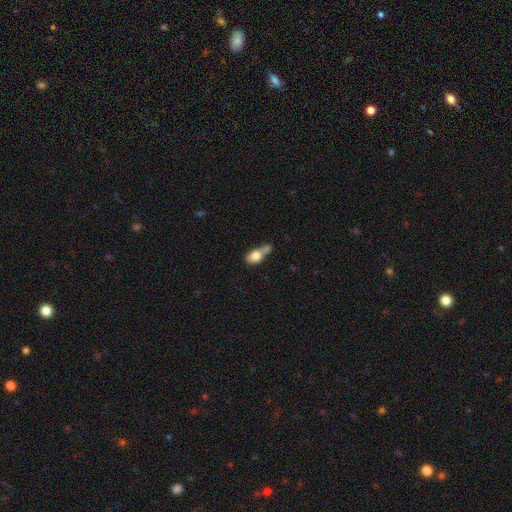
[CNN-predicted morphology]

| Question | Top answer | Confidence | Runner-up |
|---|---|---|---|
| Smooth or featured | smooth | 73% | featured or disk (19%) |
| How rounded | in between | 67% | round (25%) |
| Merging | merger | 41% | none (24%) |